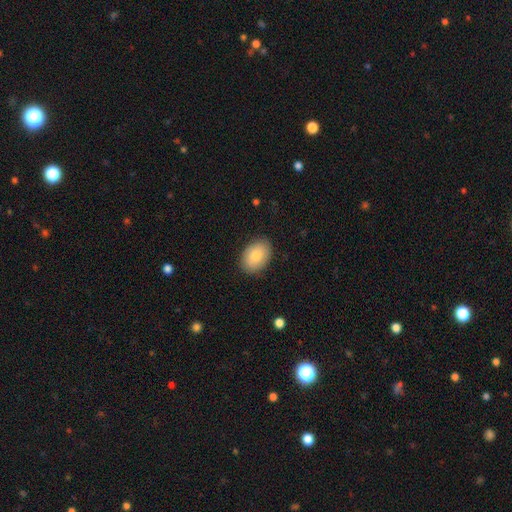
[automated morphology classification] The model was most divided on "how rounded": in between: 83%, round: 16%, cigar-shaped: 1%. More confident: merging — none (87%); smooth or featured — smooth (83%).